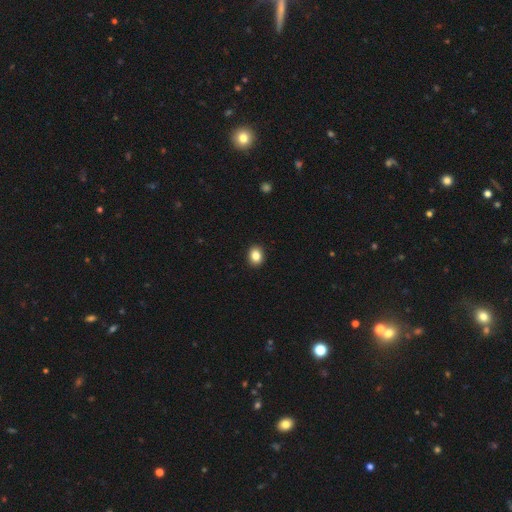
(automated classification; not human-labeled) Smooth or featured? smooth (85%)
How rounded? round (50%)
Merging? none (92%)